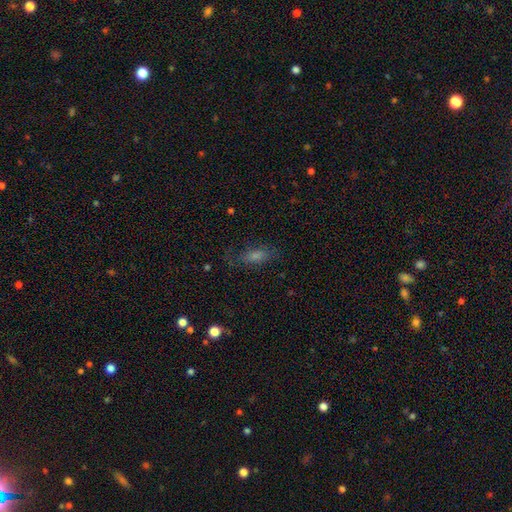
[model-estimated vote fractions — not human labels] This appears to be a smooth galaxy with no disk features (45%). Merging: none (72%).